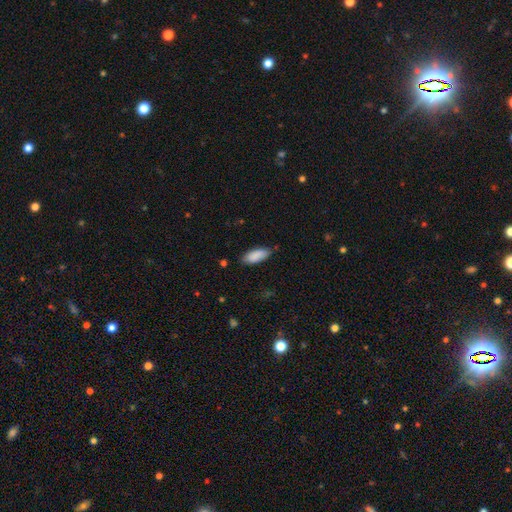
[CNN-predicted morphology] Smooth or featured? Predicted: smooth (p=0.89). How rounded? Predicted: in between (p=0.82). Merging? Predicted: none (p=0.80).